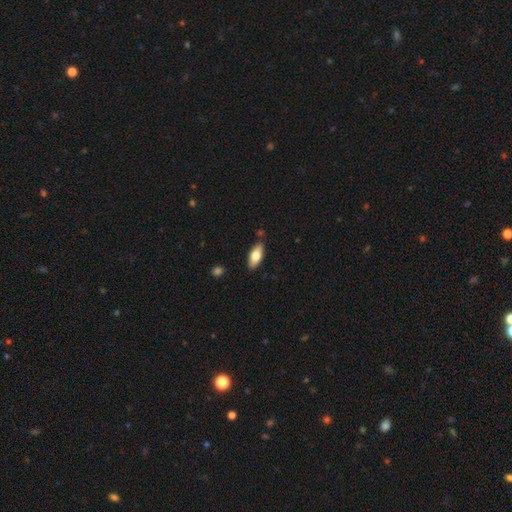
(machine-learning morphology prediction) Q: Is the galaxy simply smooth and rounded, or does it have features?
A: smooth — 74%.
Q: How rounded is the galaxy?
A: in between — 84%.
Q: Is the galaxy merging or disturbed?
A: none — 84%.